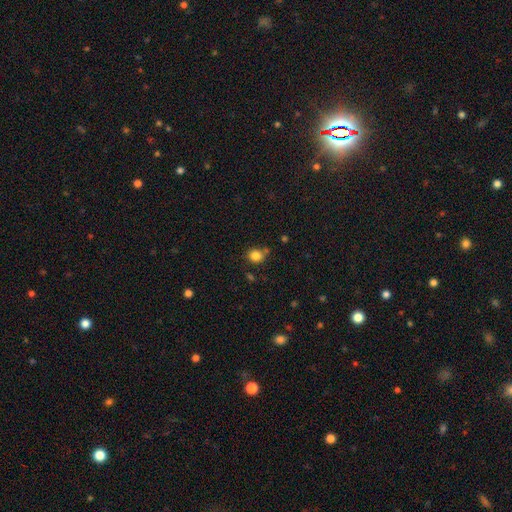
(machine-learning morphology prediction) Smooth or featured?
  - smooth: 83% *
  - star or artifact: 12%
  - featured or disk: 5%
How rounded?
  - round: 77% *
  - in between: 22%
  - cigar-shaped: 1%
Merging?
  - none: 72% *
  - minor disturbance: 15%
  - merger: 8%
  - major disturbance: 4%